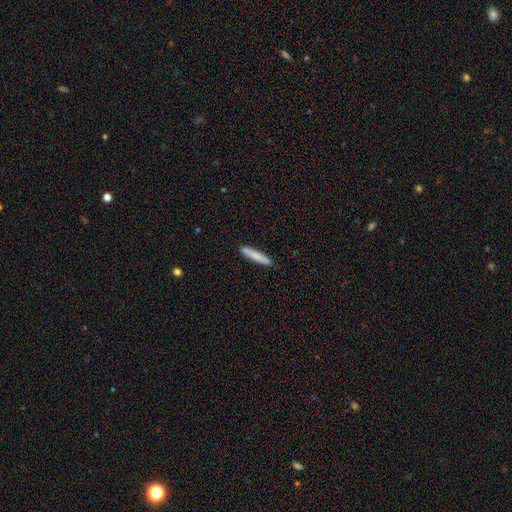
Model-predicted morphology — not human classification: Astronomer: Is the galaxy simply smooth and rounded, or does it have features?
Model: smooth — 80%.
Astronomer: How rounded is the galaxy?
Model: cigar-shaped — 93%.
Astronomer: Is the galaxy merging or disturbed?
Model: none — 90%.